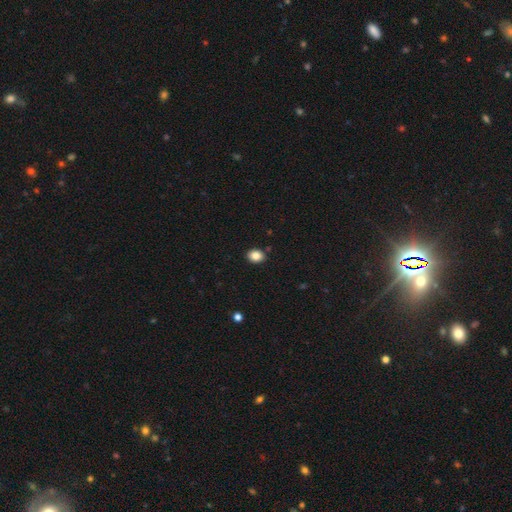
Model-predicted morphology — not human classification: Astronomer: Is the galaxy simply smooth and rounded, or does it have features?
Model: smooth — 86%.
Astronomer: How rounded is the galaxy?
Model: in between — 62%.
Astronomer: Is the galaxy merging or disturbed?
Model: none — 89%.